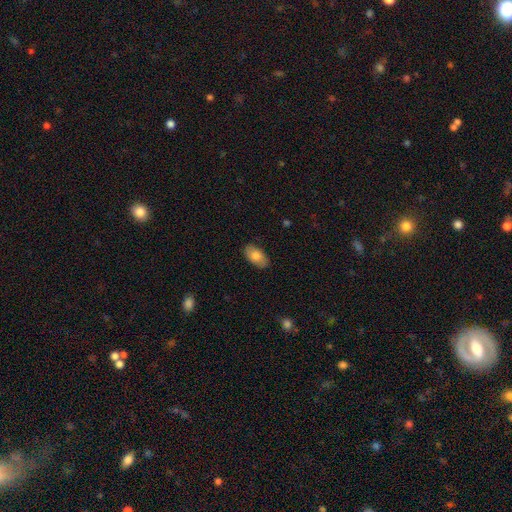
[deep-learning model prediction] The model was most divided on "smooth or featured": smooth: 79%, featured or disk: 15%, star or artifact: 7%. More confident: how rounded — in between (94%); merging — none (85%).